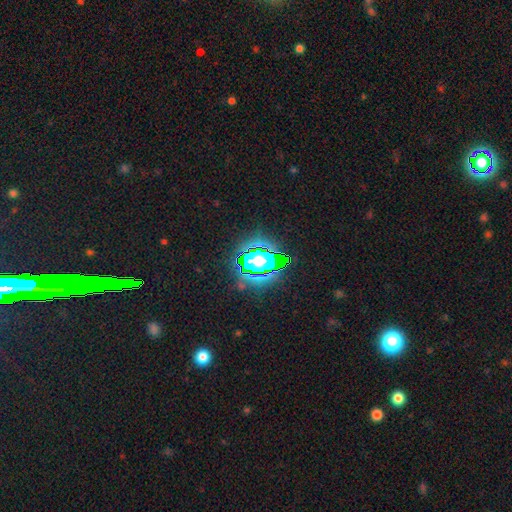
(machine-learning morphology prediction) Overall: star or artifact (62%; smooth 26%).